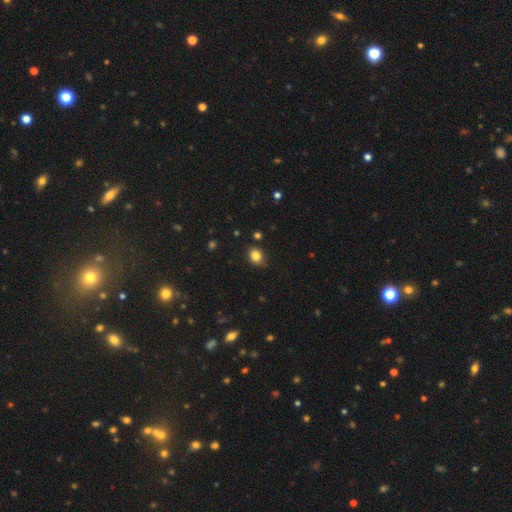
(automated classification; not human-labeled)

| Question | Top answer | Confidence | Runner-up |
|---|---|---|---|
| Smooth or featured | smooth | 84% | star or artifact (11%) |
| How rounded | round | 52% | in between (47%) |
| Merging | none | 81% | minor disturbance (14%) |